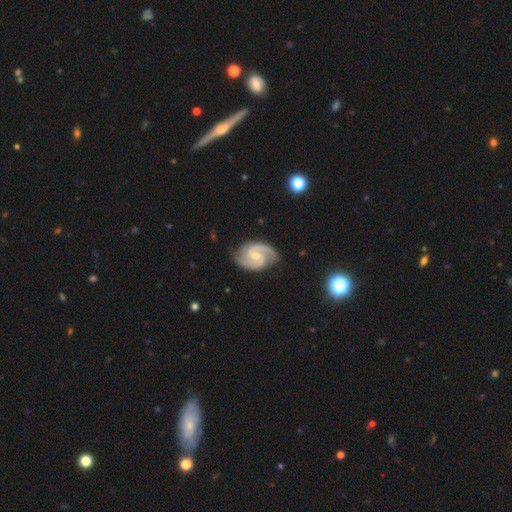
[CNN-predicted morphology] featured or disk 92%, smooth 5%, star or artifact 4%. Down the decision tree: edge-on disk — no (98%); bar — weak (45%, tied with no); spiral arms — yes (98%); spiral arm count — 2 (93%); spiral winding — medium (54%); bulge size — small (50%); merging — none (83%).